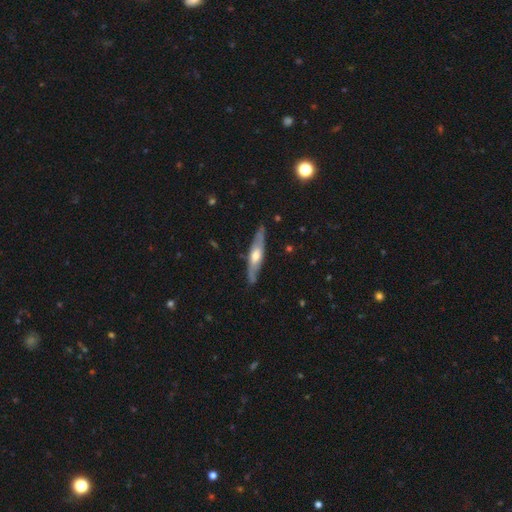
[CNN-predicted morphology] Smooth or featured: featured or disk — 62% (smooth — 33%)
Edge-on disk: yes — 70% (no — 30%)
Merging: none — 82% (minor disturbance — 14%)